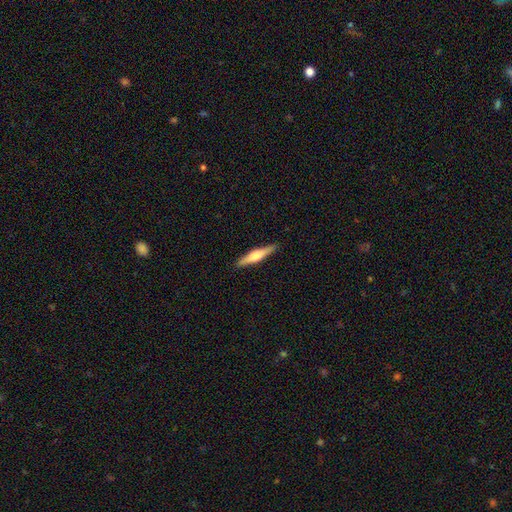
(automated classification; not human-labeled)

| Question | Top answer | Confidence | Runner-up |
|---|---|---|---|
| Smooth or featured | featured or disk | 54% | smooth (41%) |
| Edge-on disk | yes | 97% | no (3%) |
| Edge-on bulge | rounded | 79% | boxy (14%) |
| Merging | none | 90% | minor disturbance (7%) |